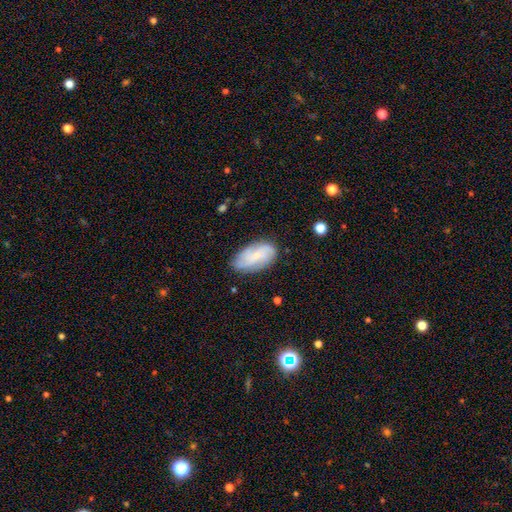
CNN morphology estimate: Q: Smooth or featured?
A: featured or disk (53%); runner-up: smooth (39%)
Q: Edge-on disk?
A: no (95%); runner-up: yes (5%)
Q: Bar?
A: no (54%); runner-up: weak (37%)
Q: Spiral arms?
A: yes (89%); runner-up: no (11%)
Q: Bulge size?
A: small (55%); runner-up: none (24%)
Q: Merging?
A: none (76%); runner-up: minor disturbance (18%)